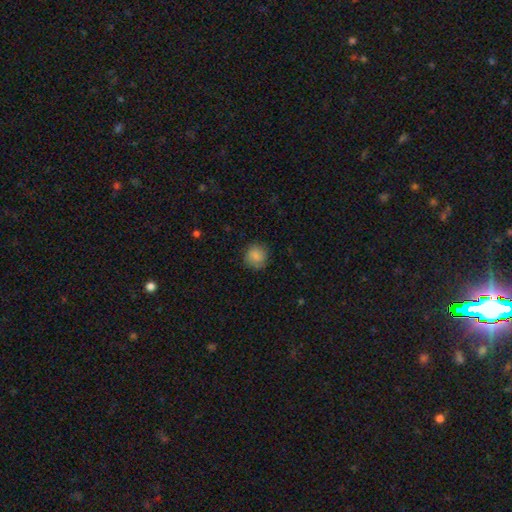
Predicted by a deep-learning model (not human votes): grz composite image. It shows a smooth galaxy with no disk features (83%) that is round (88%). Merging: none (82%).